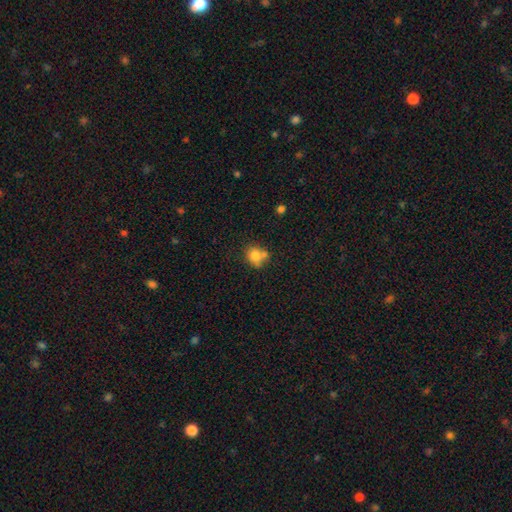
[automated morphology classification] Q: Smooth or featured?
A: smooth (78%); runner-up: featured or disk (11%)
Q: How rounded?
A: round (70%); runner-up: in between (29%)
Q: Merging?
A: none (49%); runner-up: merger (24%)